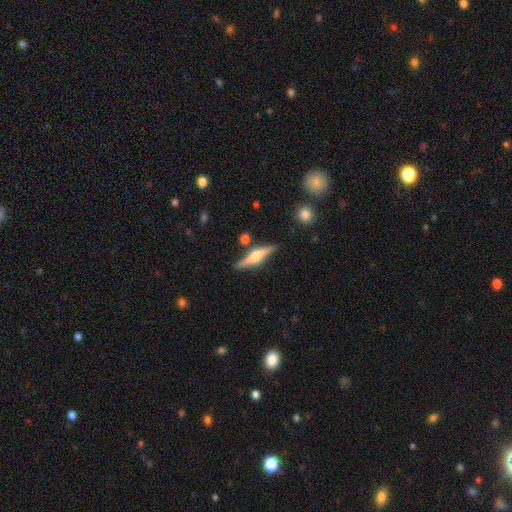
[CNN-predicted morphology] Smooth or featured: featured or disk — 69% (smooth — 25%)
Edge-on disk: yes — 97% (no — 3%)
Edge-on bulge: rounded — 90% (boxy — 8%)
Merging: none — 84% (minor disturbance — 10%)